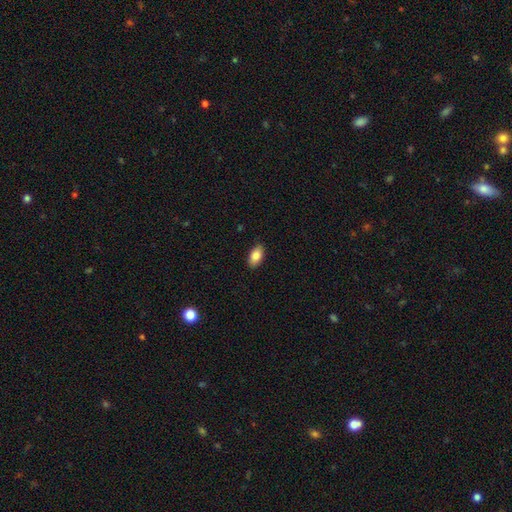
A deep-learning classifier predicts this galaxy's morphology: Smooth or featured: smooth — 86% (featured or disk — 7%)
How rounded: in between — 93% (round — 4%)
Merging: none — 88% (minor disturbance — 9%)